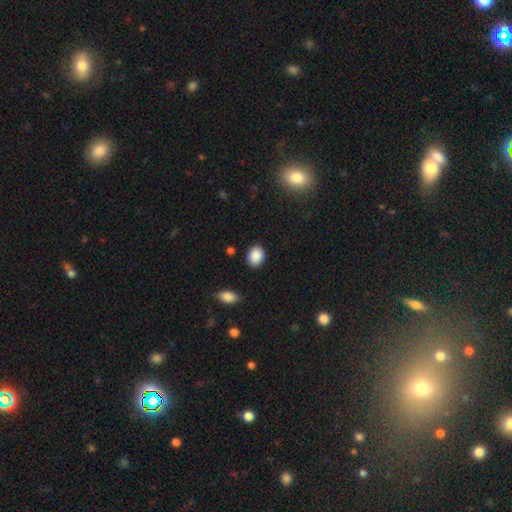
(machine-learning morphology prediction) This is clearly a smooth galaxy (88%). How rounded: possibly in between (57%). Merging: clearly none (87%).